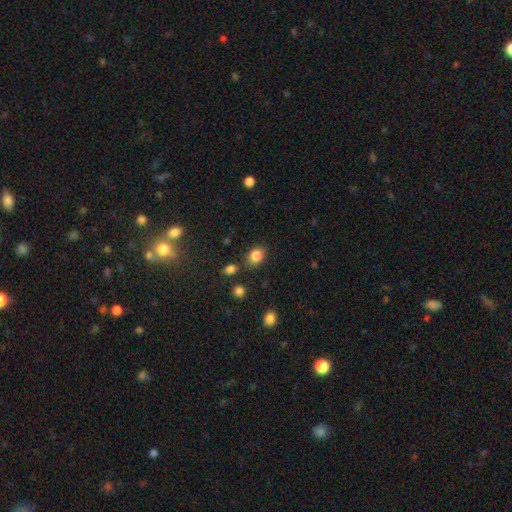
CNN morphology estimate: The model was most divided on "how rounded": in between: 55%, round: 44%, cigar-shaped: 1%. More confident: smooth or featured — smooth (84%); merging — none (72%).